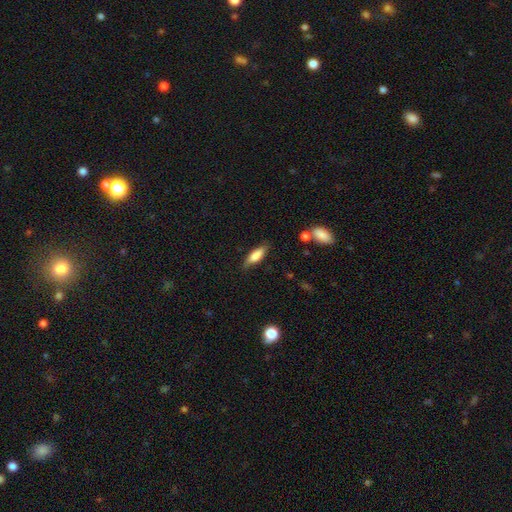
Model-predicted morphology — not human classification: smooth 75%, featured or disk 19%, star or artifact 7%. Down the decision tree: how rounded — in between (55%); merging — none (75%).